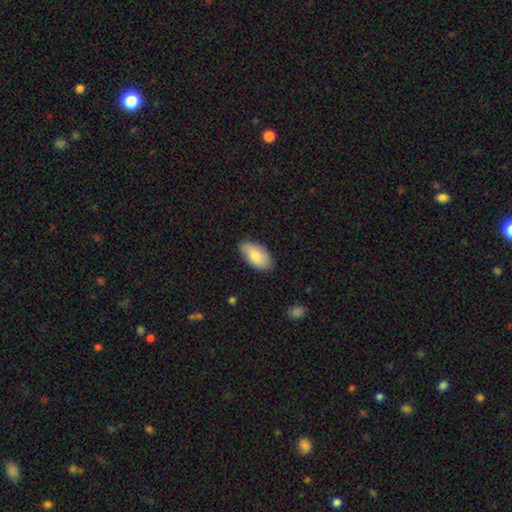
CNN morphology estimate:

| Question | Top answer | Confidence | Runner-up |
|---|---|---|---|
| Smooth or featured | smooth | 74% | featured or disk (20%) |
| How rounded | in between | 94% | round (3%) |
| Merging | none | 76% | minor disturbance (20%) |